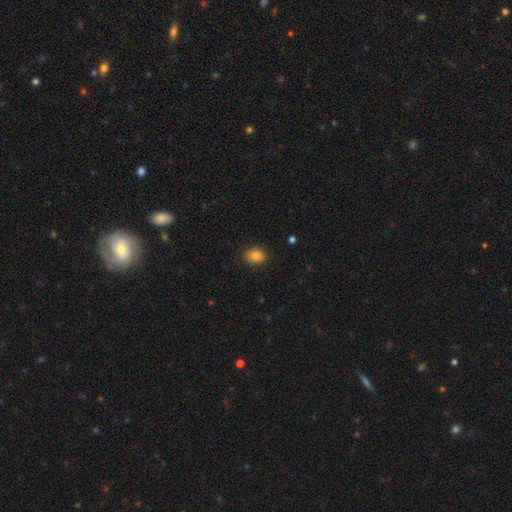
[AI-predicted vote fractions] smooth_or_featured: smooth (p=0.85) [alt: star or artifact p=0.10]
how_rounded: in between (p=0.56) [alt: round p=0.43]
merging: none (p=0.88) [alt: minor disturbance p=0.09]